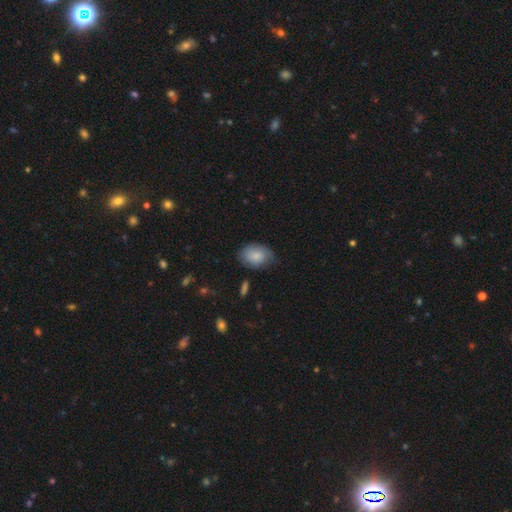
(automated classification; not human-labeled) Q: Smooth or featured?
A: smooth (82%); runner-up: featured or disk (12%)
Q: How rounded?
A: in between (78%); runner-up: round (20%)
Q: Merging?
A: none (65%); runner-up: minor disturbance (27%)